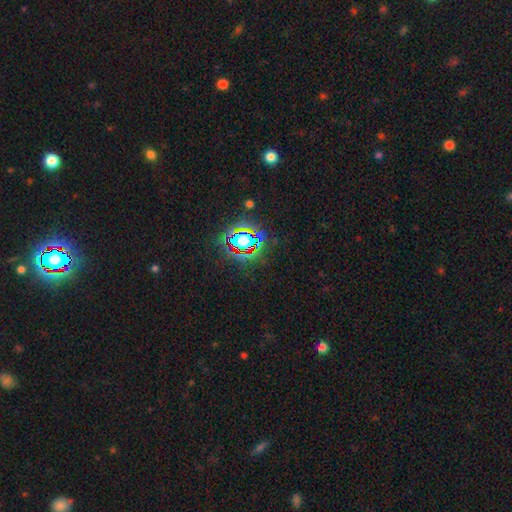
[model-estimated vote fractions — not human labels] Smooth or featured? star or artifact (82%)